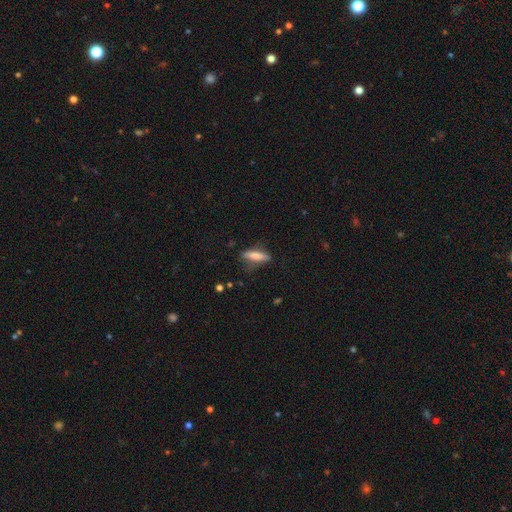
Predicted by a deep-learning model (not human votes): Smooth or featured? smooth (72%)
How rounded? cigar-shaped (68%)
Merging? none (75%)